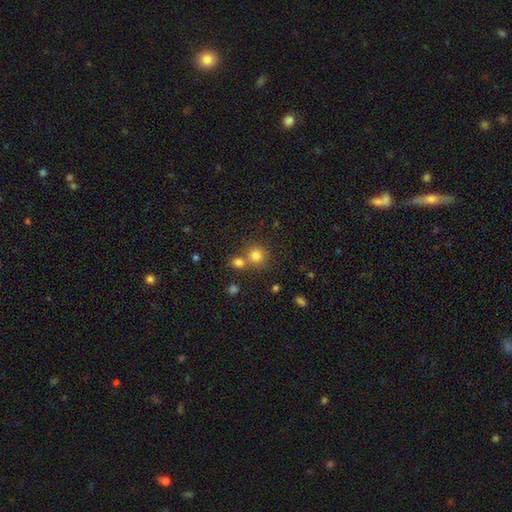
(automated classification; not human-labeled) Smooth or featured? smooth (78%)
How rounded? round (89%)
Merging? none (60%)